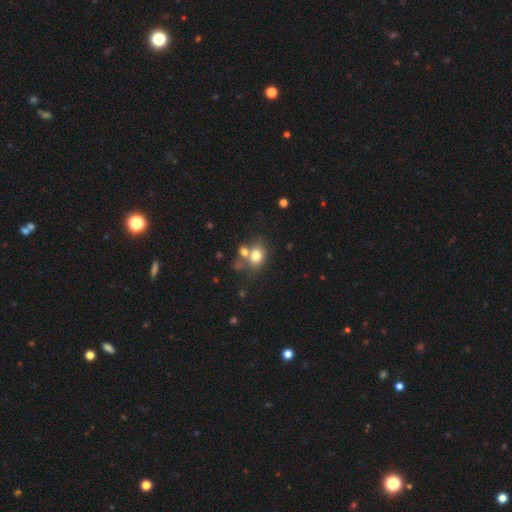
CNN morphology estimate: smooth 75%, featured or disk 13%, star or artifact 12%. Down the decision tree: how rounded — round (52%); merging — none (48%).